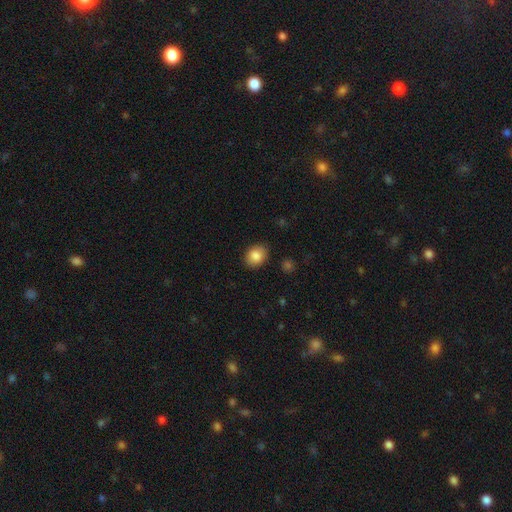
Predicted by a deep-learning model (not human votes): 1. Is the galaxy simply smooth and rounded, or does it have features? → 85% smooth, 8% star or artifact, 6% featured or disk.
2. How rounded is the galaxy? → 53% in between, 46% round, 1% cigar-shaped.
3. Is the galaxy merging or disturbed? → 86% none, 10% minor disturbance, 2% major disturbance, 1% merger.